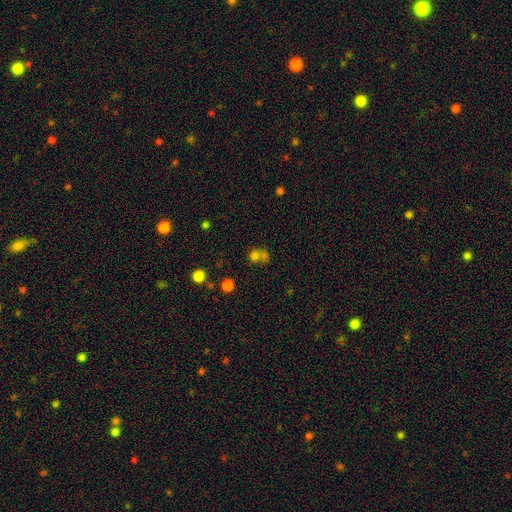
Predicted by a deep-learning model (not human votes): Q: Smooth or featured?
A: smooth (68%); runner-up: star or artifact (20%)
Q: How rounded?
A: round (74%); runner-up: in between (24%)
Q: Merging?
A: merger (42%); runner-up: none (38%)